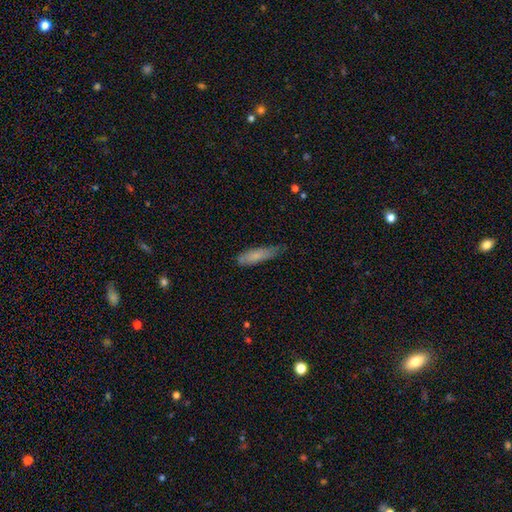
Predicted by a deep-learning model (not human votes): smooth 77%, featured or disk 17%, star or artifact 6%. Down the decision tree: how rounded — cigar-shaped (67%); merging — none (61%).